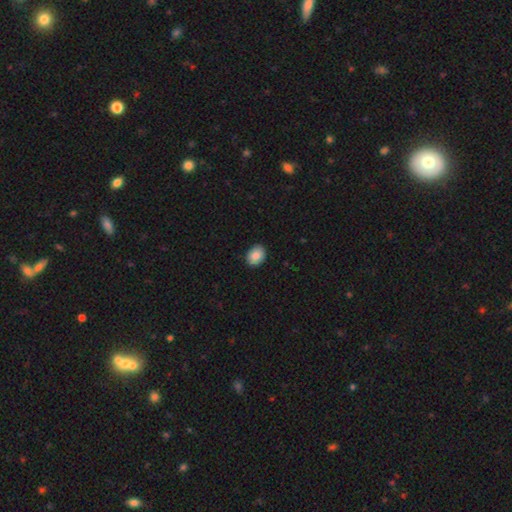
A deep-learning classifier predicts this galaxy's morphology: This appears to be a smooth galaxy with no disk features (87%) that is in between round and cigar-shaped (65%). Merging: none (89%).